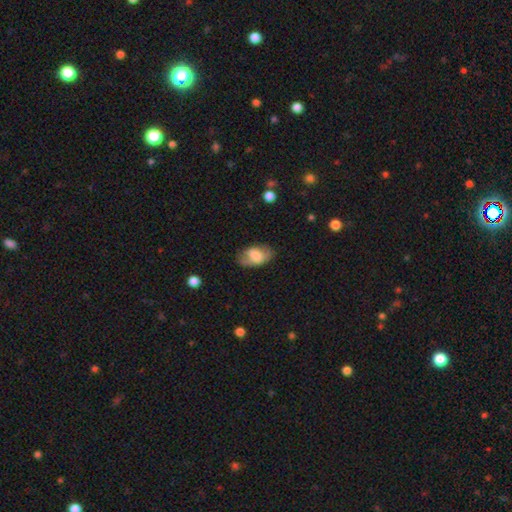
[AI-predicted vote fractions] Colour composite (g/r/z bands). It shows a smooth galaxy with no disk features (65%) that is in between round and cigar-shaped (91%). Merging: none (64%).